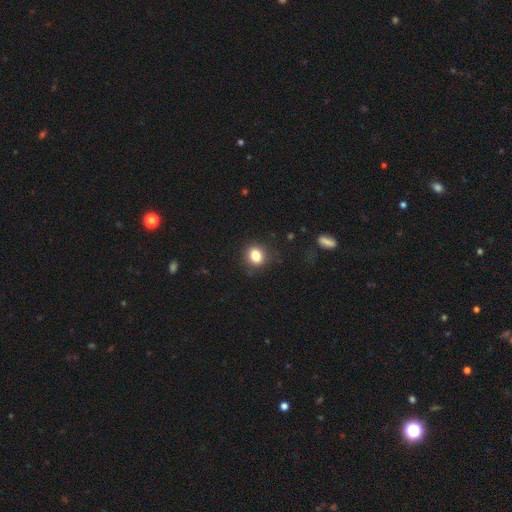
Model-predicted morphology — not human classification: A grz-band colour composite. It shows a smooth galaxy with no disk features (82%) that is round (61%). Merging: none (83%).